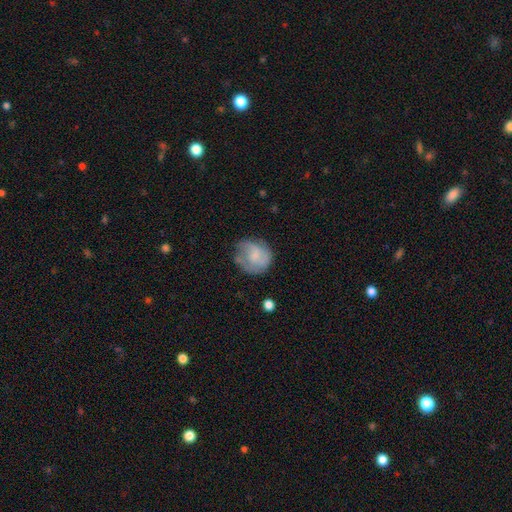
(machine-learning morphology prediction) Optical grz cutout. It shows a smooth galaxy with no disk features (51%) that is round (80%). Merging: none (56%).